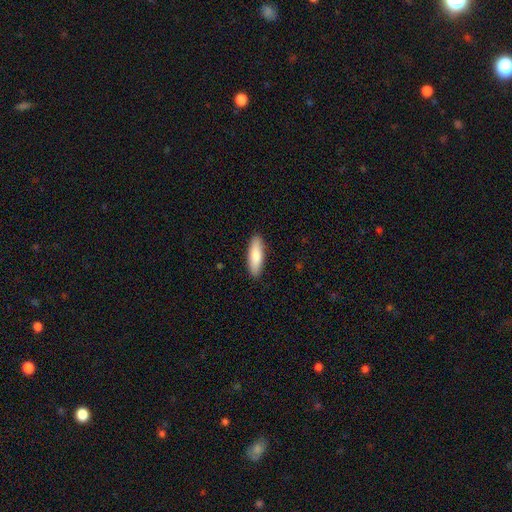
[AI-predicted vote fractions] A smooth galaxy with no disk features (83%) that is cigar-shaped (50%).

Vote fractions:
- Smooth or featured? smooth: 83% / featured or disk: 12% / star or artifact: 5%
- How rounded? cigar-shaped: 50% / in between: 48% / round: 2%
- Merging? none: 90% / minor disturbance: 8% / major disturbance: 2% / merger: 1%